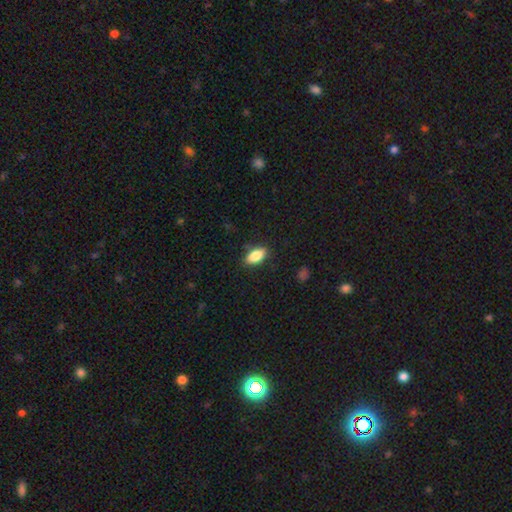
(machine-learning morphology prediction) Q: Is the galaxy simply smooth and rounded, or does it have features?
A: smooth — 84%.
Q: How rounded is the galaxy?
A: in between — 88%.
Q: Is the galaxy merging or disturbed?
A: none — 86%.